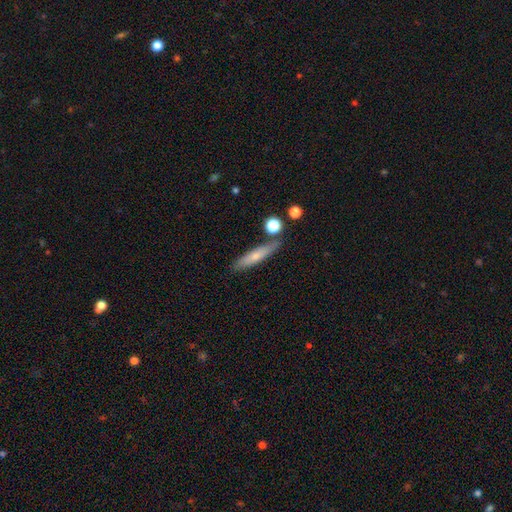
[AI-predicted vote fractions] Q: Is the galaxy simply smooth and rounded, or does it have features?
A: smooth — 61%.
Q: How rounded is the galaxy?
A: cigar-shaped — 86%.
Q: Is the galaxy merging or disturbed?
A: none — 79%.